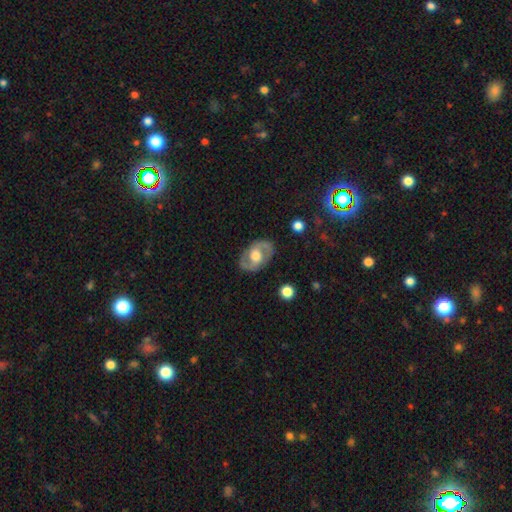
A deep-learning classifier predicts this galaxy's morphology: smooth_or_featured: featured or disk (p=0.75) [alt: smooth p=0.20]
disk_edge_on: no (p=0.95) [alt: yes p=0.05]
bar: no (p=0.56) [alt: weak p=0.34]
has_spiral_arms: yes (p=0.77) [alt: no p=0.23]
spiral_winding: medium (p=0.52) [alt: tight p=0.25]
spiral_arm_count: 2 (p=0.89) [alt: can't tell p=0.06]
bulge_size: moderate (p=0.57) [alt: large p=0.33]
merging: none (p=0.82) [alt: minor disturbance p=0.12]